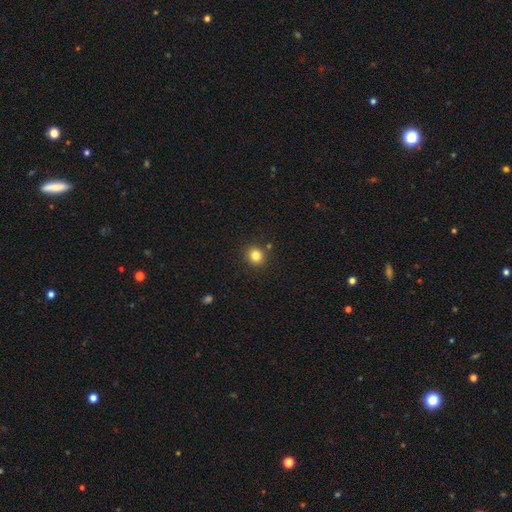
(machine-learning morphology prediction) smooth_or_featured: smooth (p=0.82) [alt: star or artifact p=0.12]
how_rounded: round (p=0.88) [alt: in between p=0.11]
merging: none (p=0.87) [alt: minor disturbance p=0.07]